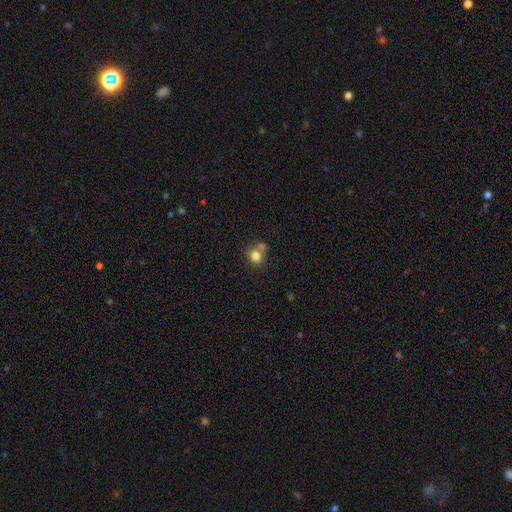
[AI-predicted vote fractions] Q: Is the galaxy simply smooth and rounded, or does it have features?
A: smooth — 80%.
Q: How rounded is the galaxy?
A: round — 80%.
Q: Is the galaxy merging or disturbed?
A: none — 54%.